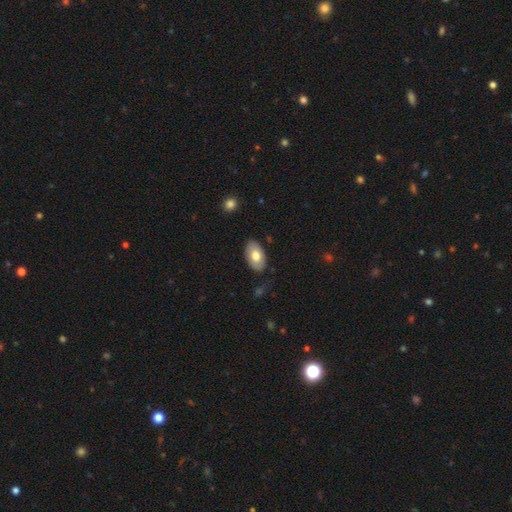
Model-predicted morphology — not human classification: Q: Smooth or featured?
A: smooth (73%); runner-up: featured or disk (21%)
Q: How rounded?
A: in between (94%); runner-up: round (4%)
Q: Merging?
A: none (82%); runner-up: minor disturbance (14%)